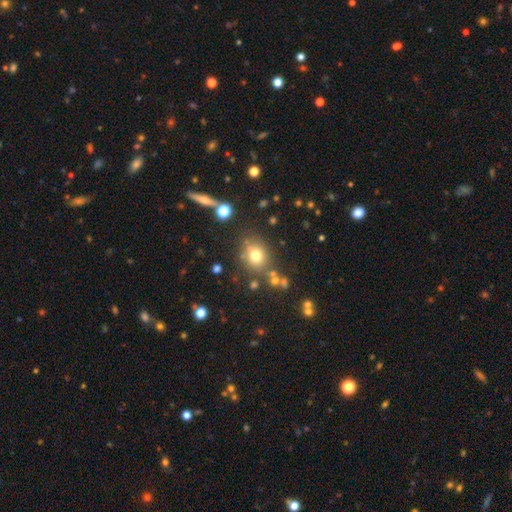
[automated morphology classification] smooth 71%, star or artifact 17%, featured or disk 12%. Down the decision tree: how rounded — round (72%); merging — none (74%).